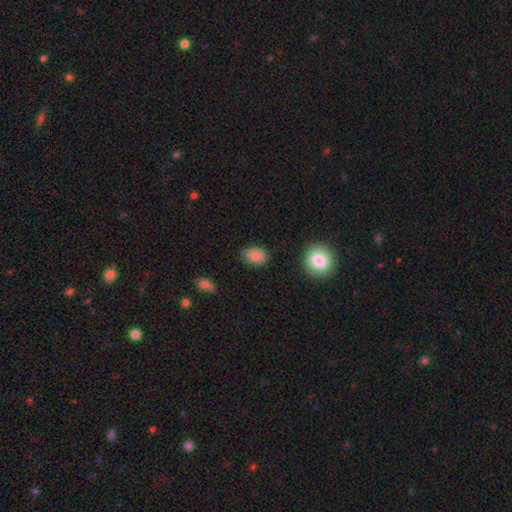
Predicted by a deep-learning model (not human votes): A smooth galaxy with no disk features (83%) that is in between round and cigar-shaped (76%). Merging: none (75%).